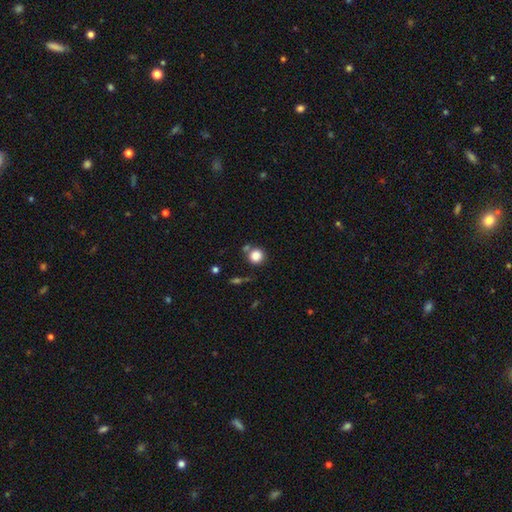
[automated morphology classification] Q: Smooth or featured?
A: smooth (84%); runner-up: star or artifact (11%)
Q: How rounded?
A: round (88%); runner-up: in between (11%)
Q: Merging?
A: none (69%); runner-up: merger (14%)